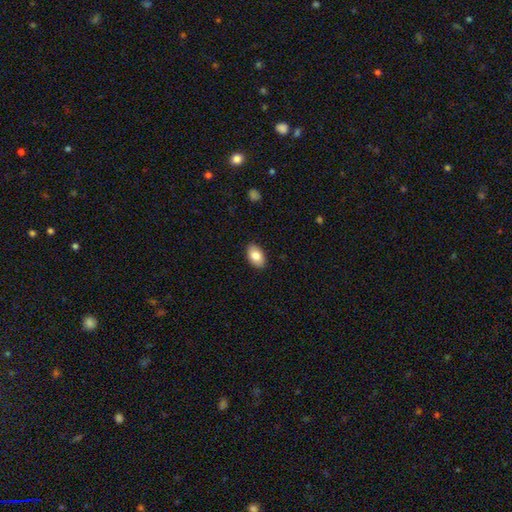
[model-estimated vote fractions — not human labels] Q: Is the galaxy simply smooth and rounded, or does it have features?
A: smooth — 82%.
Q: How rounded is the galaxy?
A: in between — 92%.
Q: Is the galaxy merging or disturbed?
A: none — 89%.